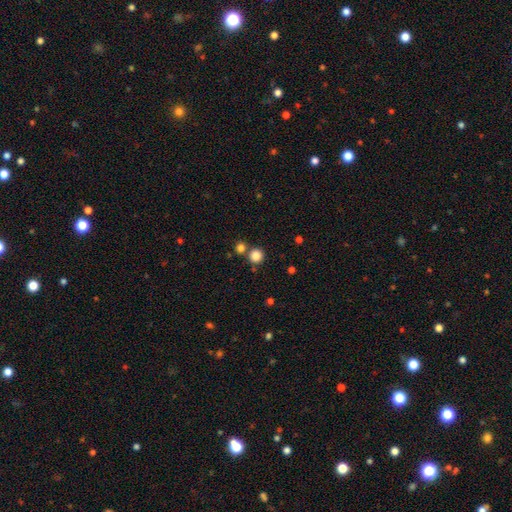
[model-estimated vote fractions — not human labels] Smooth or featured? smooth (84%)
How rounded? round (93%)
Merging? none (74%)